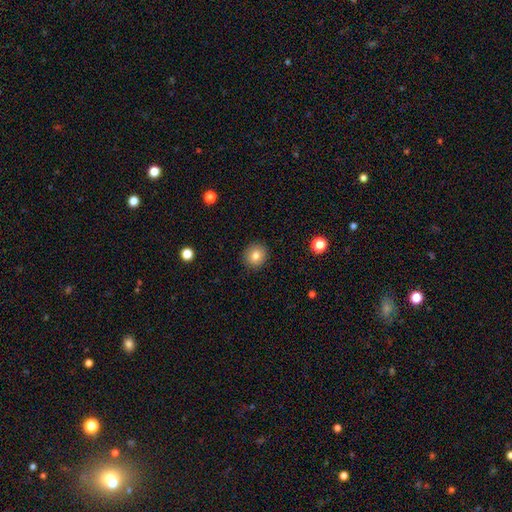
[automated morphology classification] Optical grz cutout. It shows a smooth galaxy with no disk features (81%) that is round (88%). Merging: none (90%).